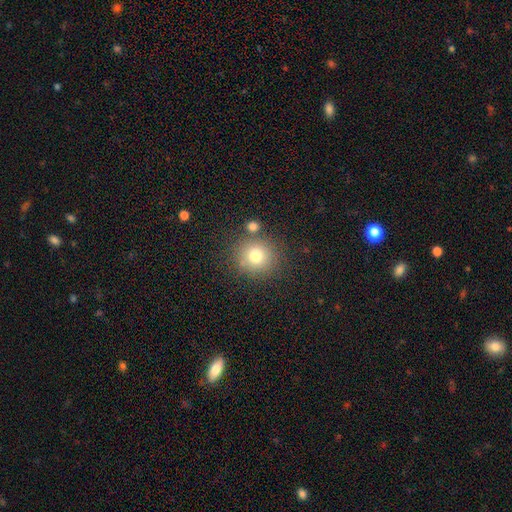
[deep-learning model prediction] smooth_or_featured: smooth (p=0.76) [alt: star or artifact p=0.13]
how_rounded: round (p=0.91) [alt: in between p=0.08]
merging: none (p=0.77) [alt: minor disturbance p=0.10]